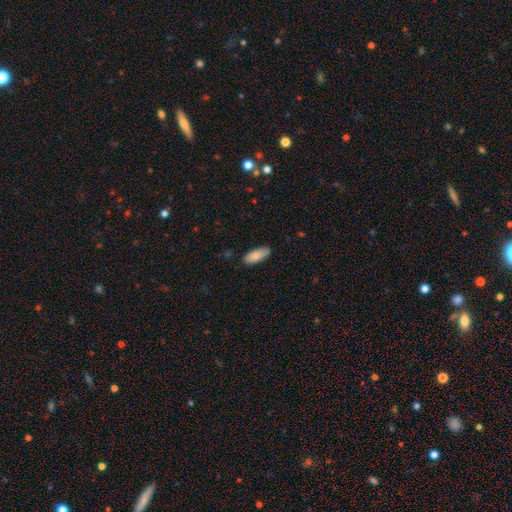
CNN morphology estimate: type=smooth (83%); roundness=in between (80%); merging=none (86%).